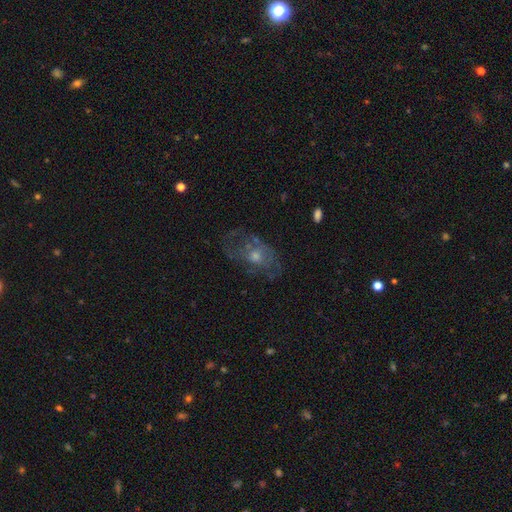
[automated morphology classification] The model was most divided on "spiral arms": no: 53%, yes: 47%. More confident: edge-on disk — no (94%); bar — no (84%); smooth or featured — featured or disk (57%); merging — none (56%); bulge size — moderate (54%).